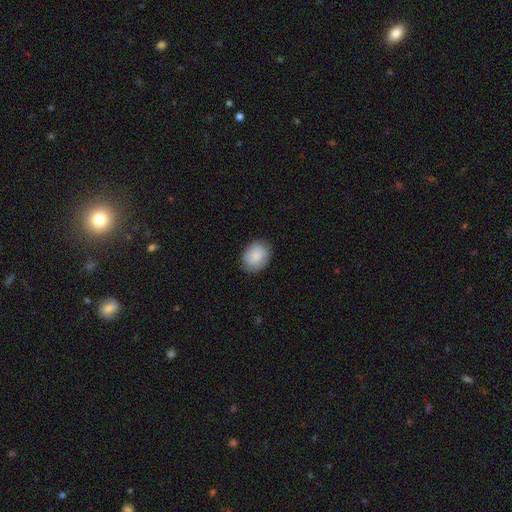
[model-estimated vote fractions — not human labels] Smooth or featured?
  - smooth: 85% *
  - featured or disk: 9%
  - star or artifact: 6%
How rounded?
  - in between: 58% *
  - round: 41%
  - cigar-shaped: 1%
Merging?
  - none: 84% *
  - minor disturbance: 12%
  - major disturbance: 3%
  - merger: 1%